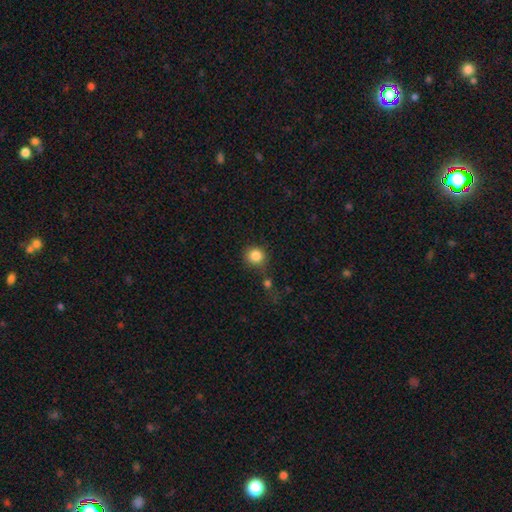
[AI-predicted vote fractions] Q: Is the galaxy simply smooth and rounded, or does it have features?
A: smooth — 85%.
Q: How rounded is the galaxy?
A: round — 91%.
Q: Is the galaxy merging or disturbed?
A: none — 73%.